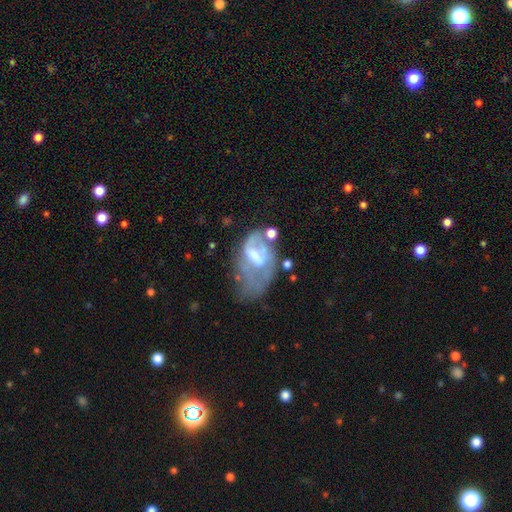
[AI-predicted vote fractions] The model was most divided on "bulge size": small: 39%, moderate: 37%, none: 17%, large: 5%, dominant: 1%. Remaining: edge-on disk — no (96%); smooth or featured — featured or disk (63%); spiral arms — no (57%); bar — weak (44%); merging — major disturbance (42%).